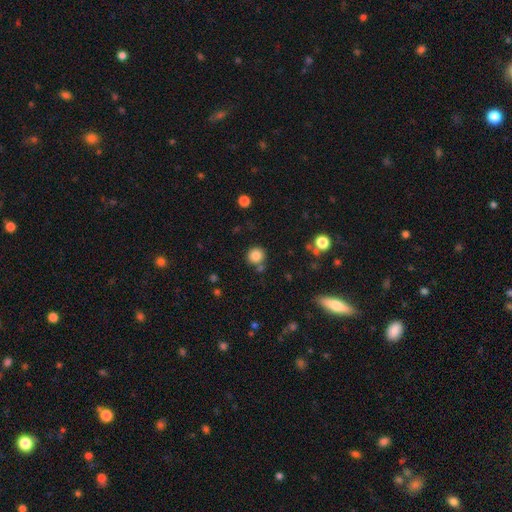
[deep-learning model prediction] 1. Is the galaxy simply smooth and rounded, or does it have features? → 83% smooth, 11% star or artifact, 6% featured or disk.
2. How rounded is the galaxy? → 91% round, 8% in between, 1% cigar-shaped.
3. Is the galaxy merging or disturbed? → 79% none, 9% minor disturbance, 9% merger, 3% major disturbance.